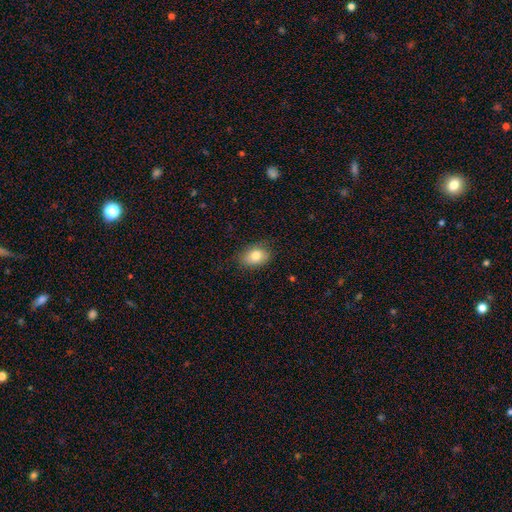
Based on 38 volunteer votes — Q: Smooth or featured?
A: smooth (74%); runner-up: featured or disk (16%)
Q: How rounded?
A: in between (82%); runner-up: round (18%)
Q: Merging?
A: none (82%); runner-up: minor disturbance (12%)